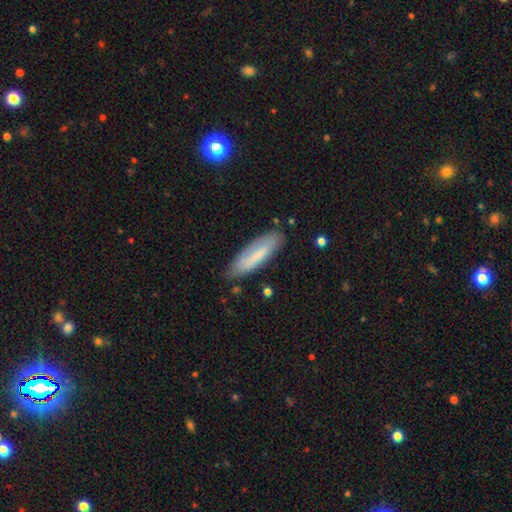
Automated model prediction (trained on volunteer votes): smooth 69%, featured or disk 24%, star or artifact 7%. Down the decision tree: how rounded — cigar-shaped (62%); merging — none (77%).